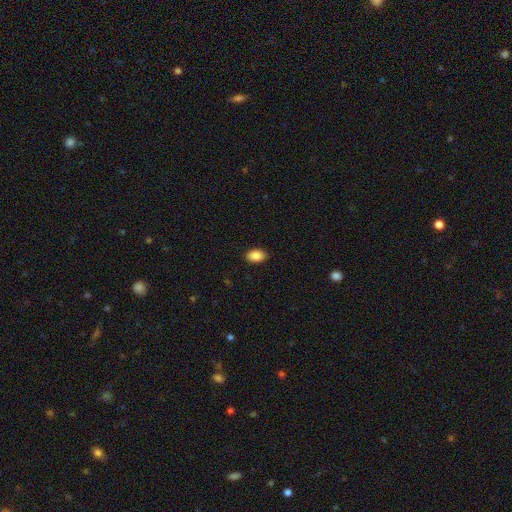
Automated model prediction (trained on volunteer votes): Smooth or featured? Predicted: smooth (p=0.88). How rounded? Predicted: in between (p=0.90). Merging? Predicted: none (p=0.89).